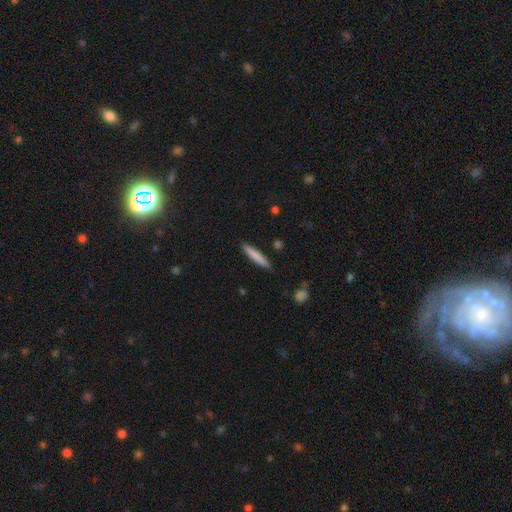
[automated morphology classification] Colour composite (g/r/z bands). It shows a smooth galaxy with no disk features (79%) that is cigar-shaped (92%). Merging: none (89%).